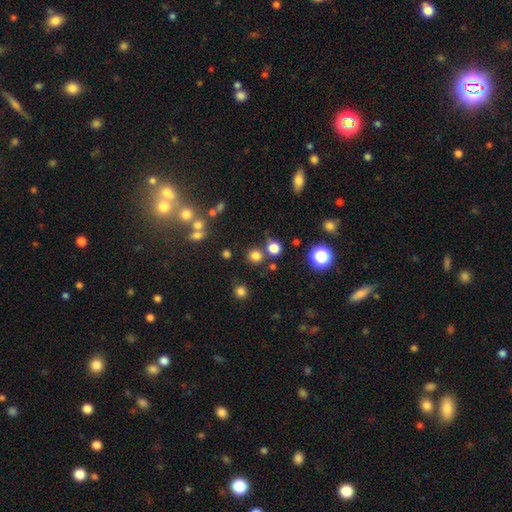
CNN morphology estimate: type=smooth (76%); roundness=round (92%); merging=none (78%).